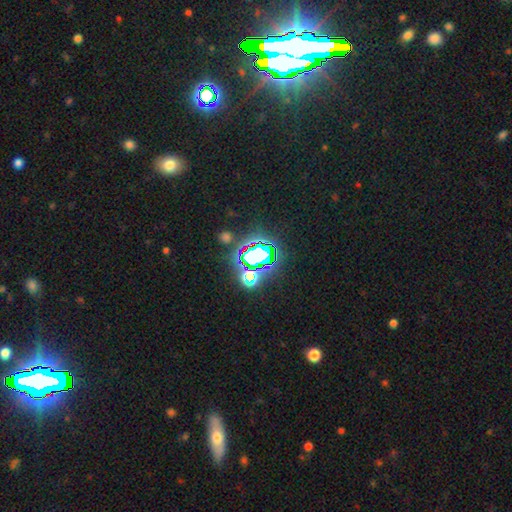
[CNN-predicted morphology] A star or artifact, not a galaxy (70%).